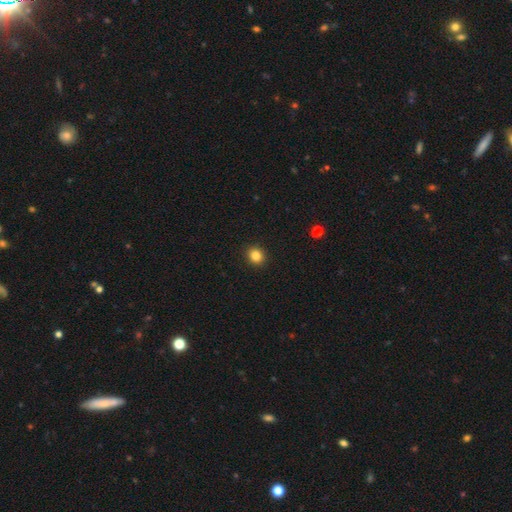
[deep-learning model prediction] Overall: smooth (85%). How rounded: round (77%). Merging: none (92%).